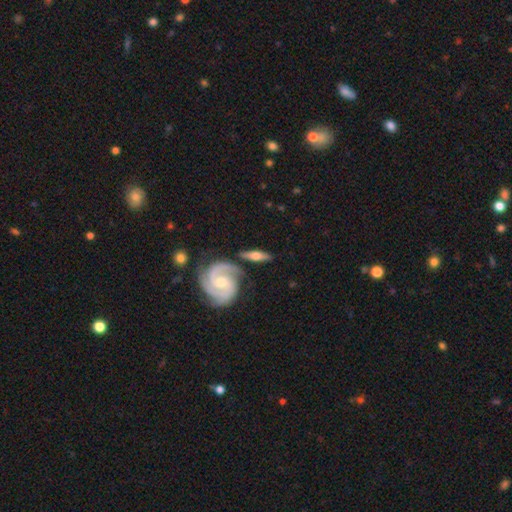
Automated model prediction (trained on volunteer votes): Overall: featured or disk (64%; smooth 31%). Edge-on disk: no (57%; yes 43%). Merging: none (72%).